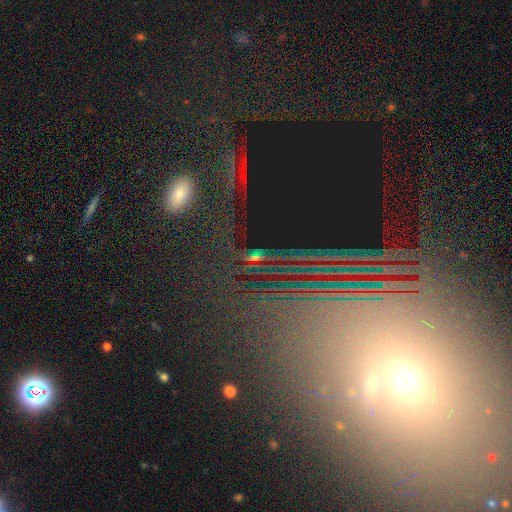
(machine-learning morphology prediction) The model was most divided on "smooth or featured": star or artifact: 79%, featured or disk: 12%, smooth: 10%.